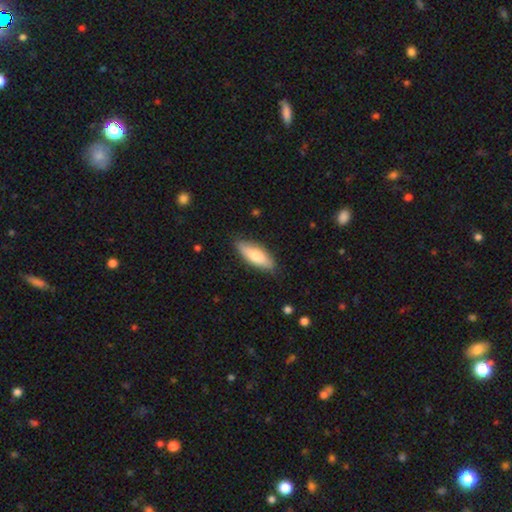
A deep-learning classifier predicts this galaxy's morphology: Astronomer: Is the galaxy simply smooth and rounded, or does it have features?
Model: smooth — 71%.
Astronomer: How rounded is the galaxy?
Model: in between — 65%.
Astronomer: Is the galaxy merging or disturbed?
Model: none — 84%.